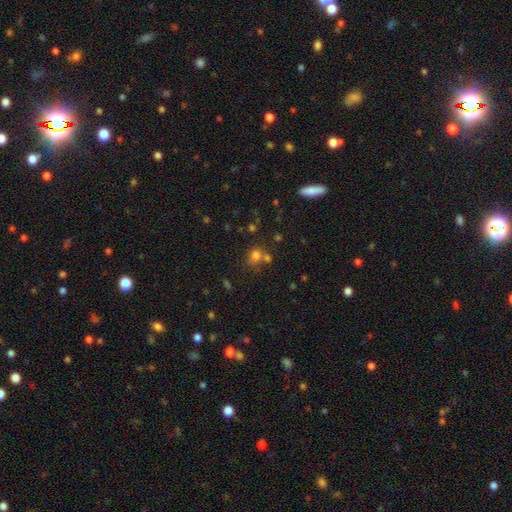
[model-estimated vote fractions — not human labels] The model was most divided on "how rounded": in between: 55%, round: 44%, cigar-shaped: 1%. More confident: smooth or featured — smooth (71%); merging — none (51%).